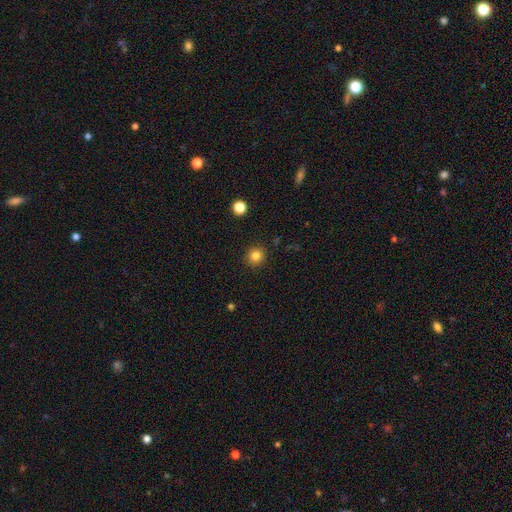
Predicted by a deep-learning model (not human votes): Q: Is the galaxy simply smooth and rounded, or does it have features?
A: smooth — 82%.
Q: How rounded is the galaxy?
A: round — 89%.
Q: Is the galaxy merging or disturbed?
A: none — 91%.